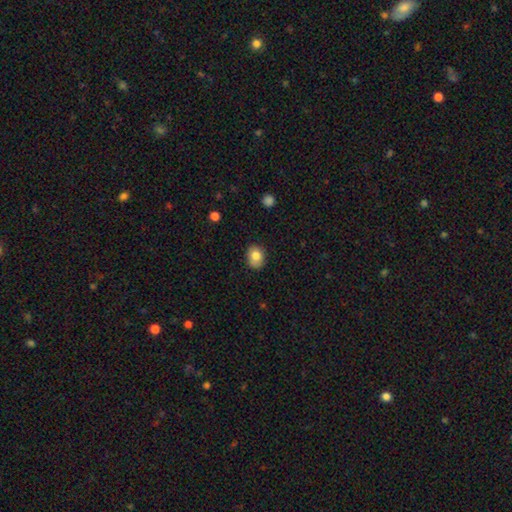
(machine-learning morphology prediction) A smooth galaxy with no disk features (81%) that is round (51%).

Vote fractions:
- Smooth or featured? smooth: 81% / star or artifact: 9% / featured or disk: 9%
- How rounded? round: 51% / in between: 48% / cigar-shaped: 1%
- Merging? none: 79% / minor disturbance: 17% / major disturbance: 3% / merger: 1%